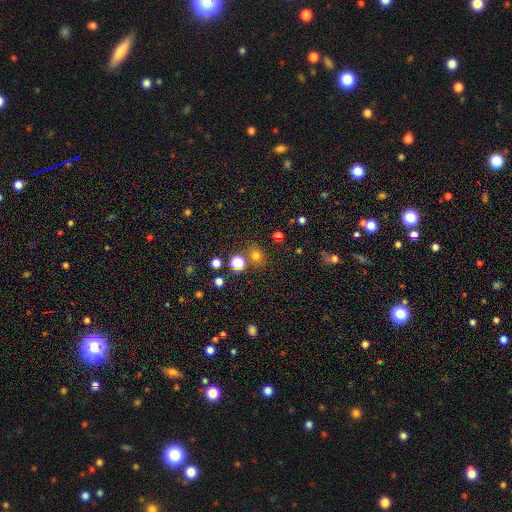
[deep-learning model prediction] Overall: smooth (70%). How rounded: round (75%). Merging: none (78%).